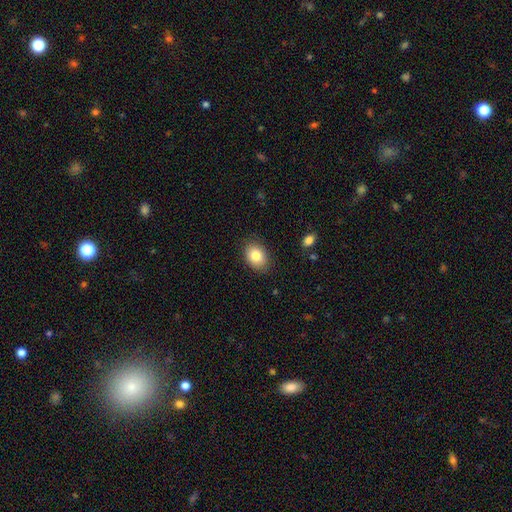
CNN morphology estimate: Overall: smooth (83%). How rounded: in between (69%; round 30%). Merging: none (85%).